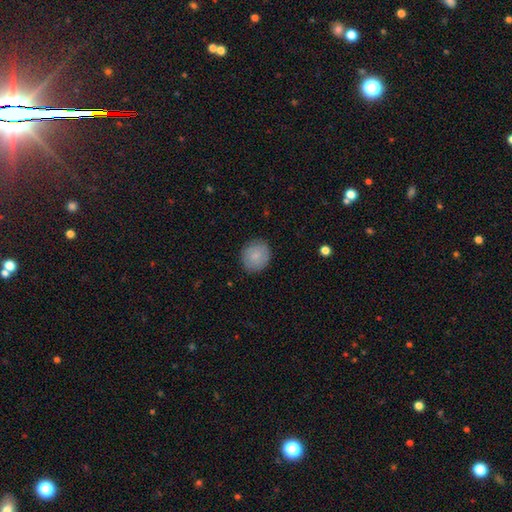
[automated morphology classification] smooth-or-featured: smooth: 82% | featured or disk: 11% | star or artifact: 7%
  how-rounded: round: 81% | in between: 18% | cigar-shaped: 1%
  merging: none: 86% | minor disturbance: 10% | major disturbance: 2% | merger: 1%